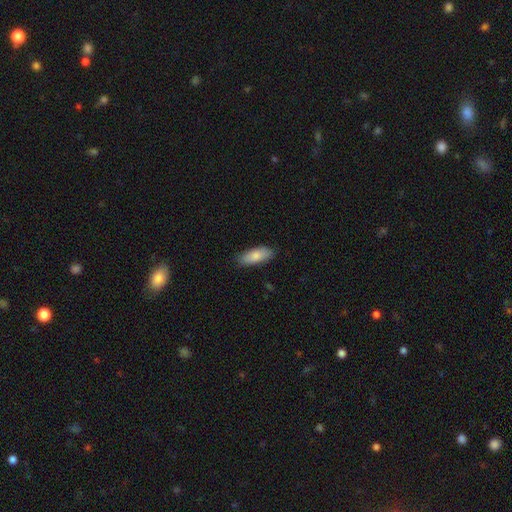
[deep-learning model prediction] A smooth galaxy with no disk features (83%) that is in between round and cigar-shaped (76%). Merging: none (86%).